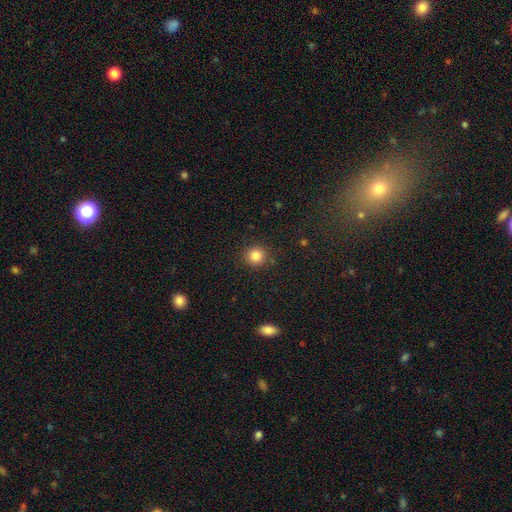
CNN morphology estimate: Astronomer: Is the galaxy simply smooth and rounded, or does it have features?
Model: smooth — 84%.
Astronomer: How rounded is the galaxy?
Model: round — 92%.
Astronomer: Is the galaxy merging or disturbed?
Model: none — 89%.